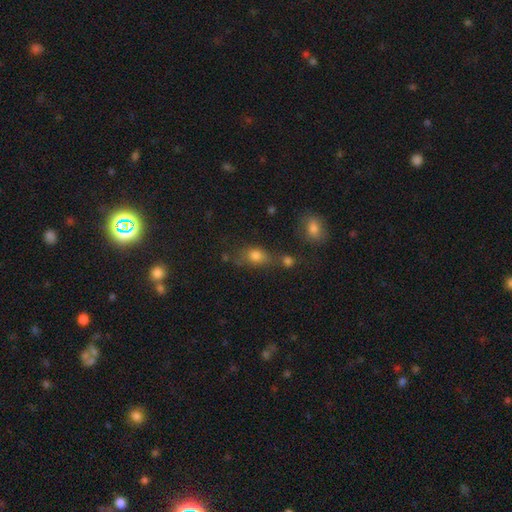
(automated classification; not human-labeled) A smooth galaxy with no disk features (75%) that is in between round and cigar-shaped (65%).

Vote fractions:
- Smooth or featured? smooth: 75% / star or artifact: 13% / featured or disk: 11%
- How rounded? in between: 65% / round: 30% / cigar-shaped: 5%
- Merging? none: 45% / merger: 27% / minor disturbance: 18% / major disturbance: 10%